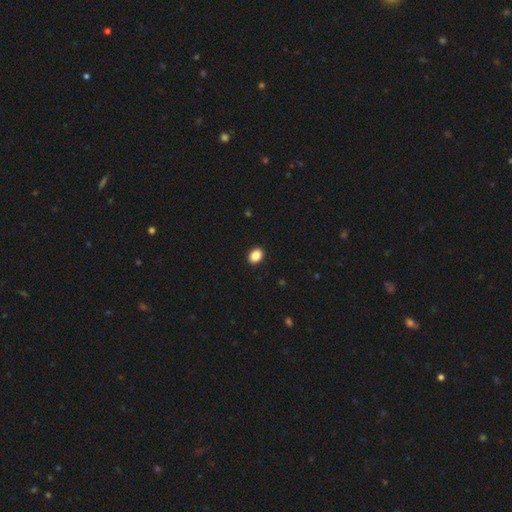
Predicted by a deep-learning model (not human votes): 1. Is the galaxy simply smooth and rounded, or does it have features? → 88% smooth, 9% star or artifact, 3% featured or disk.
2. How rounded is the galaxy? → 61% in between, 39% round, 1% cigar-shaped.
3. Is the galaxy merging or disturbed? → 92% none, 6% minor disturbance, 2% major disturbance, 1% merger.